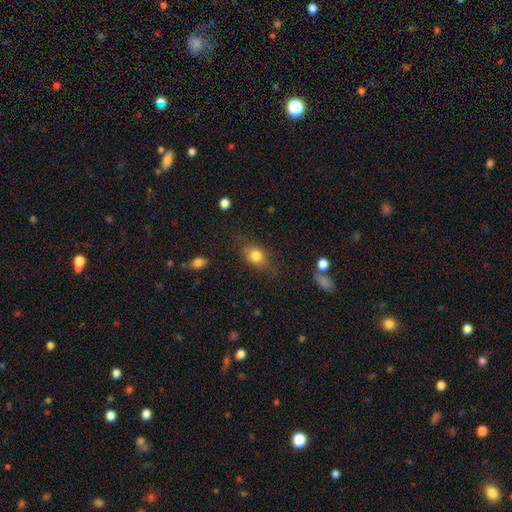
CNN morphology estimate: This is likely a smooth galaxy (75%). How rounded: likely in between (64%). Merging: likely none (67%).